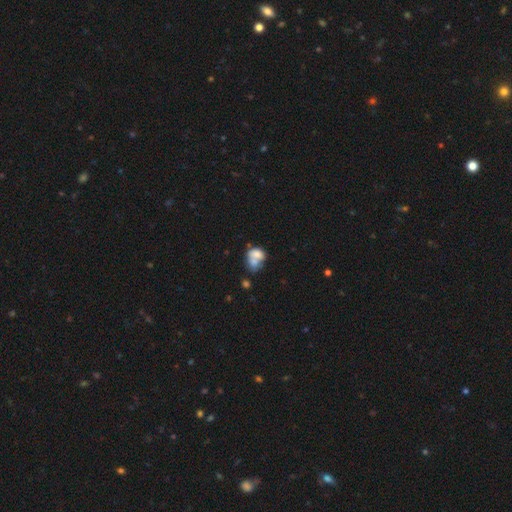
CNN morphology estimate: type=smooth (63%); roundness=in between (66%); merging=merger (52%).